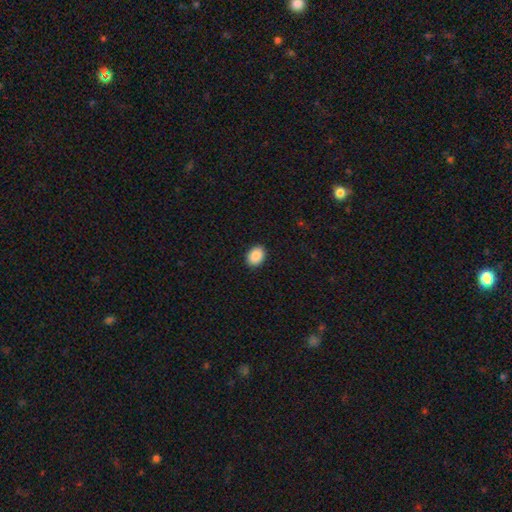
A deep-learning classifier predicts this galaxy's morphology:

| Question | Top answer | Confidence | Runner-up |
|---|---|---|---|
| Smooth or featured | smooth | 90% | star or artifact (7%) |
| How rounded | in between | 65% | round (34%) |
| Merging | none | 91% | minor disturbance (6%) |